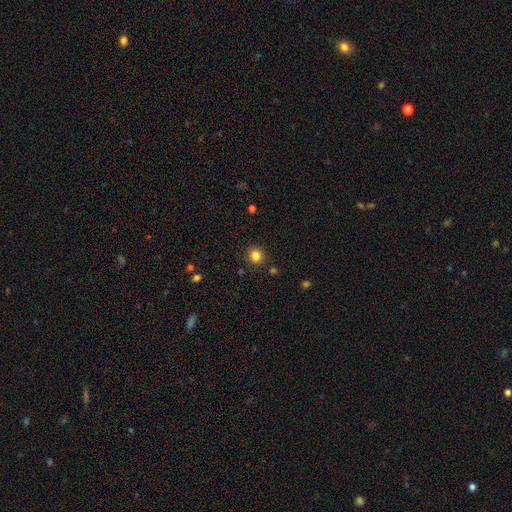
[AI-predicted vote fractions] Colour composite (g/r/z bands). It shows a smooth galaxy with no disk features (84%) that is round (85%). Merging: none (89%).